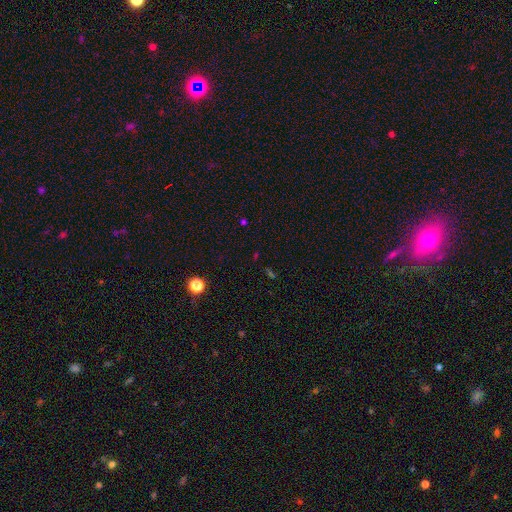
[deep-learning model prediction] Smooth or featured? star or artifact (59%)